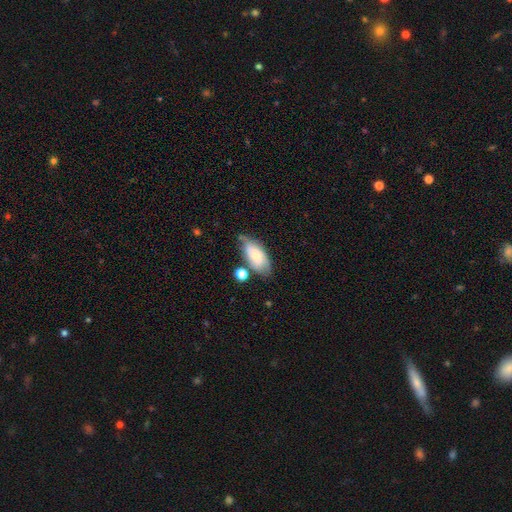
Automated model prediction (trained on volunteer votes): Smooth or featured: smooth — 58% (featured or disk — 35%)
How rounded: in between — 88% (cigar-shaped — 8%)
Merging: none — 56% (minor disturbance — 26%)